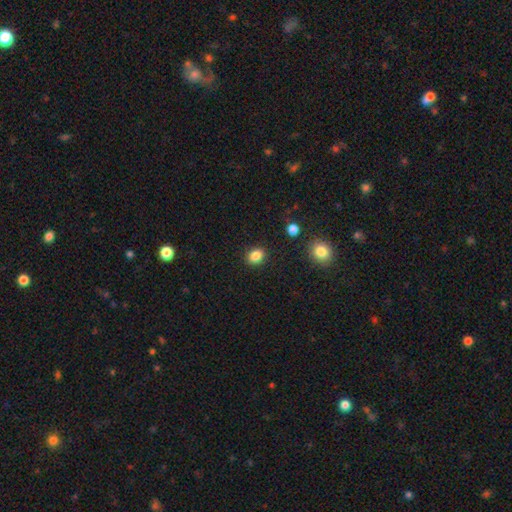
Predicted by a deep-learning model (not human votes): Q: Smooth or featured?
A: smooth (85%); runner-up: star or artifact (11%)
Q: How rounded?
A: round (50%); runner-up: in between (49%)
Q: Merging?
A: none (89%); runner-up: minor disturbance (7%)